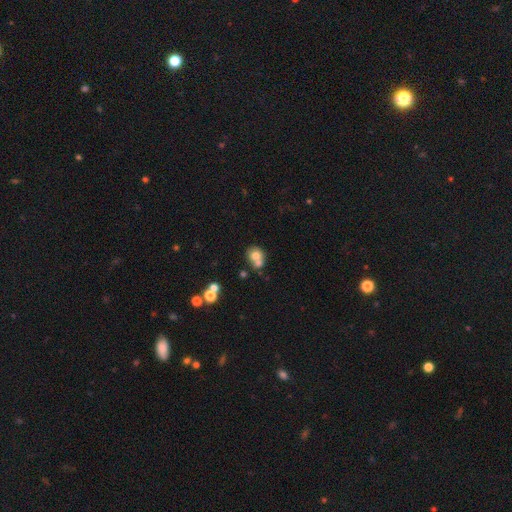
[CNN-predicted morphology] This appears to be a smooth galaxy with no disk features (71%) that is round (75%). Merging: merger (48%).